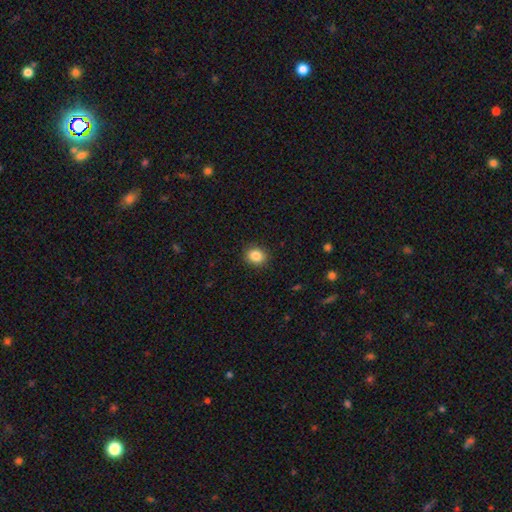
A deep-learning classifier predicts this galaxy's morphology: Smooth or featured? Predicted: smooth (p=0.85). How rounded? Predicted: round (p=0.67). Merging? Predicted: none (p=0.90).